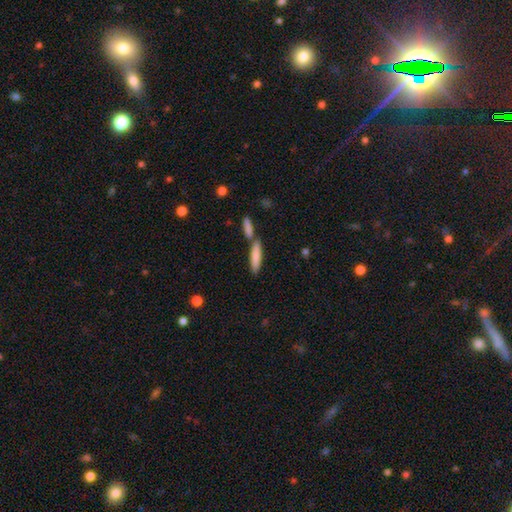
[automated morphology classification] This is likely a smooth galaxy (80%). How rounded: likely cigar-shaped (79%). Merging: possibly none (59%).